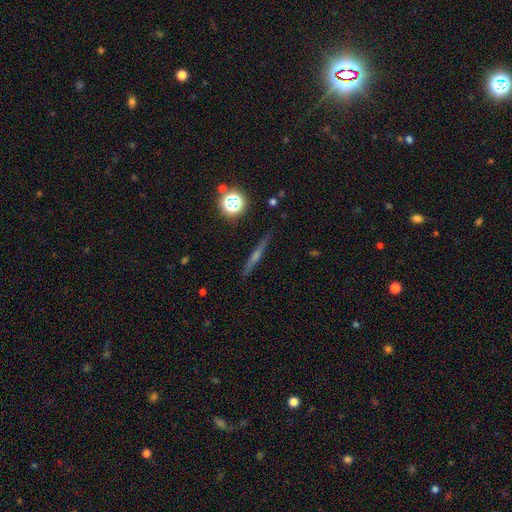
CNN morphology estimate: Smooth or featured? featured or disk (60%)
Edge-on disk? yes (97%)
Edge-on bulge? rounded (63%)
Merging? none (91%)